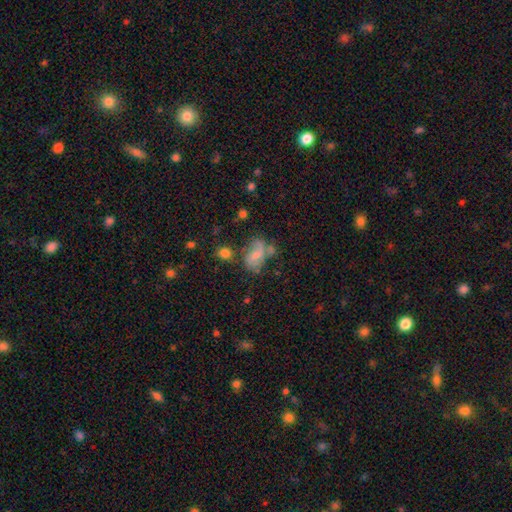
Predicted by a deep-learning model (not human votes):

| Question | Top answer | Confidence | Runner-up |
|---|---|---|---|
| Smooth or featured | featured or disk | 47% | smooth (39%) |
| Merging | none | 48% | minor disturbance (24%) |